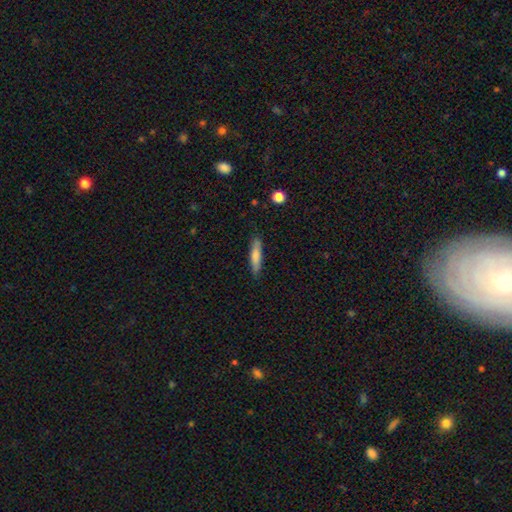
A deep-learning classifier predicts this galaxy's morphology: type=smooth (76%); roundness=cigar-shaped (84%); merging=none (85%).